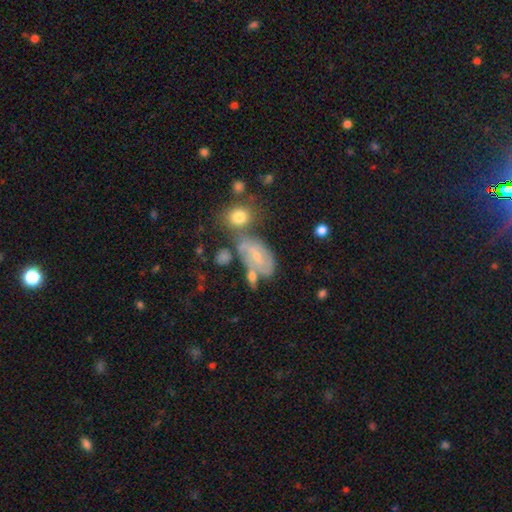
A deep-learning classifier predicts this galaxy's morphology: Smooth or featured? Predicted: featured or disk (p=0.57). Edge-on disk? Predicted: no (p=0.94). Bar? Predicted: no (p=0.49). Spiral arms? Predicted: yes (p=0.70). Bulge size? Predicted: small (p=0.63). Merging? Predicted: none (p=0.41).